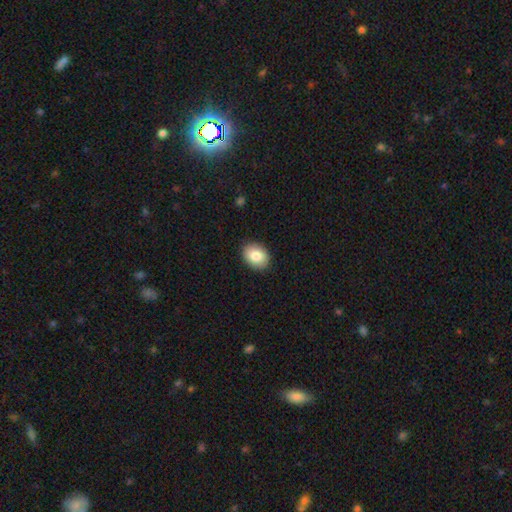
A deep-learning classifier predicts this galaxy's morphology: Smooth or featured: smooth — 86% (featured or disk — 7%)
How rounded: in between — 65% (round — 34%)
Merging: none — 89% (minor disturbance — 8%)